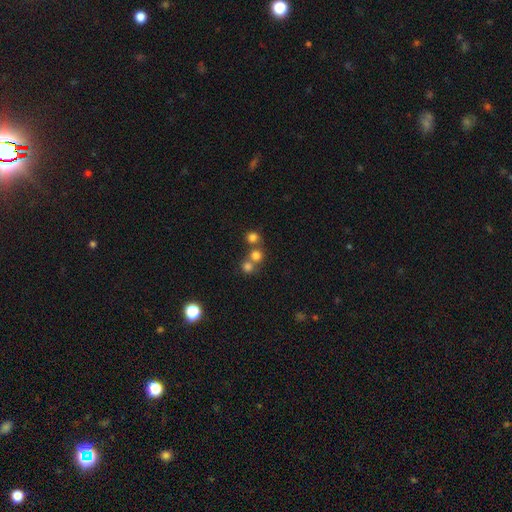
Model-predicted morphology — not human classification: Smooth or featured?
  - smooth: 74% *
  - star or artifact: 17%
  - featured or disk: 9%
How rounded?
  - round: 89% *
  - in between: 10%
  - cigar-shaped: 1%
Merging?
  - none: 52% *
  - merger: 40%
  - minor disturbance: 6%
  - major disturbance: 3%